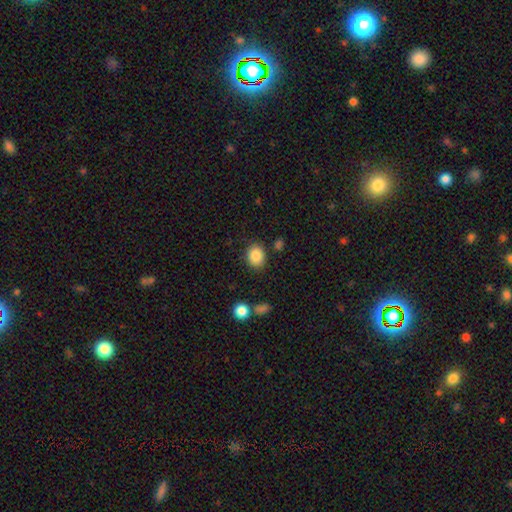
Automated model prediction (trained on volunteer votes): Smooth or featured? smooth (86%)
How rounded? round (55%)
Merging? none (83%)